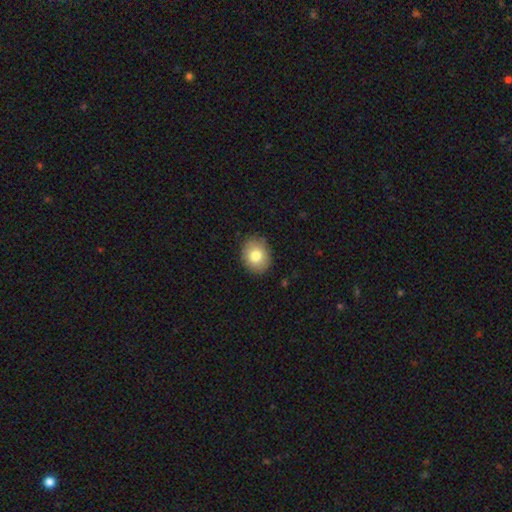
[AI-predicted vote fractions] smooth_or_featured: smooth (p=0.79) [alt: featured or disk p=0.12]
how_rounded: round (p=0.54) [alt: in between p=0.45]
merging: none (p=0.88) [alt: minor disturbance p=0.09]